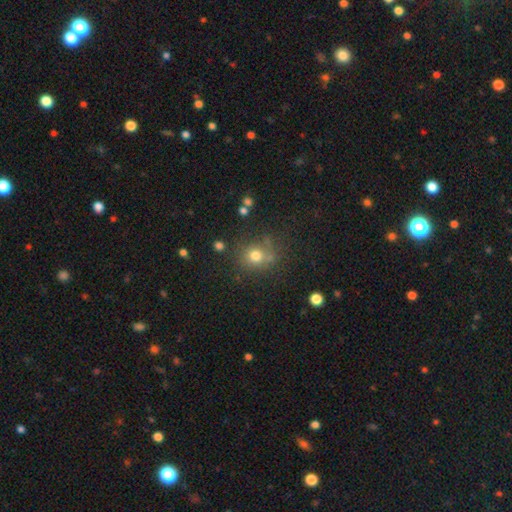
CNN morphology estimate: type=smooth (73%); roundness=round (83%); merging=none (70%).